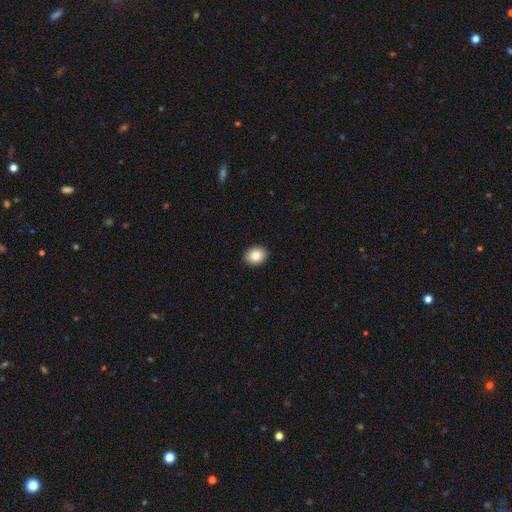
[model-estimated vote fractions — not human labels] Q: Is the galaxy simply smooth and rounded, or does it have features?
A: smooth — 86%.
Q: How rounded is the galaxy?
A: in between — 52%.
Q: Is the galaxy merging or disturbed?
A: none — 91%.